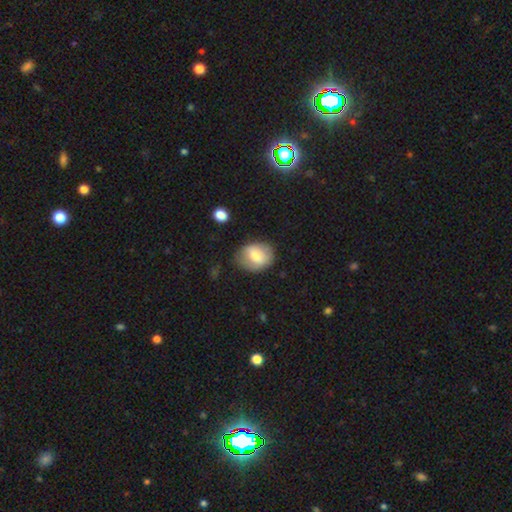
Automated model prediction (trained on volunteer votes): This is likely a smooth galaxy (67%). How rounded: possibly in between (58%). Merging: likely none (70%).